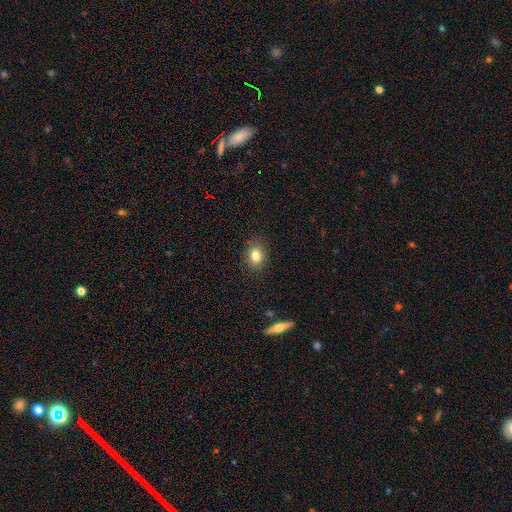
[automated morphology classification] smooth 81%, star or artifact 11%, featured or disk 8%. Down the decision tree: how rounded — in between (55%); merging — none (85%).